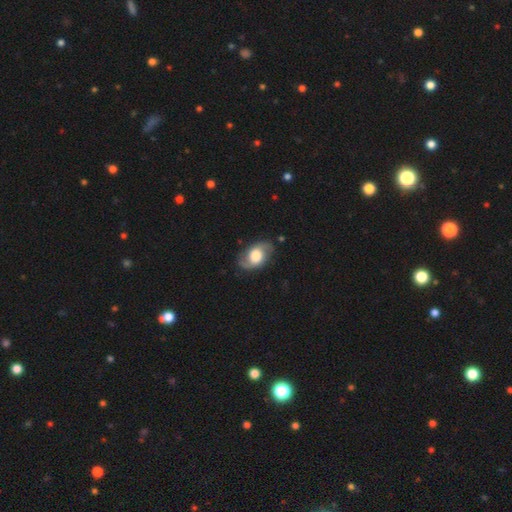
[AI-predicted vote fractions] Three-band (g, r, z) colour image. It shows a featured or disk galaxy (61%) with no bar (67%), spiral arms (82%) and a large central bulge (55%). Merging: none (77%).